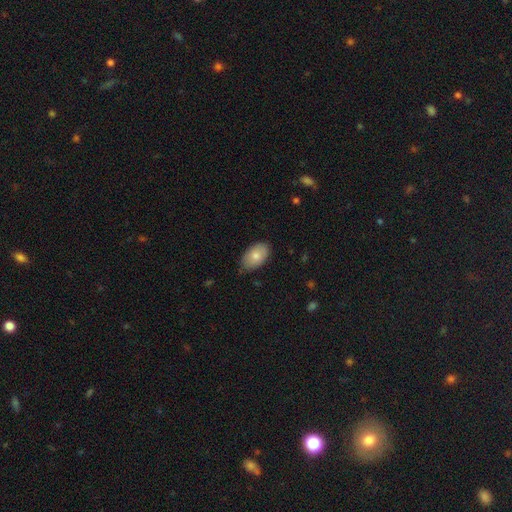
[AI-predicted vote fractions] This is likely a smooth galaxy (79%). How rounded: clearly in between (93%). Merging: likely none (77%).